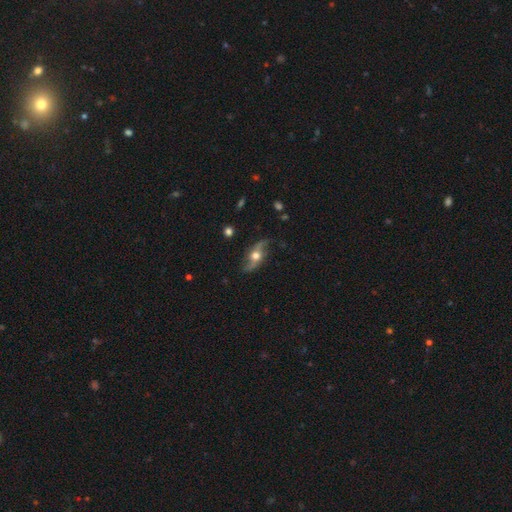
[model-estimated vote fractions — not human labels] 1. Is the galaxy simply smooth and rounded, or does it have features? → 77% featured or disk, 16% smooth, 7% star or artifact.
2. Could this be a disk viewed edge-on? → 74% no, 26% yes.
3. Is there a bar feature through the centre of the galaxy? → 67% no, 21% weak, 11% strong.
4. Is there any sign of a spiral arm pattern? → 87% yes, 13% no.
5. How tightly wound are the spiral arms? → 87% loose, 10% medium, 4% tight.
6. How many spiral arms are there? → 93% 2, 2% can't tell, 2% 1, 1% 3, 1% 4, 1% more than 4.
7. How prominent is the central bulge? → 68% moderate, 20% large, 8% small, 2% dominant, 1% none.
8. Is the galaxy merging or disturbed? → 78% none, 16% minor disturbance, 5% major disturbance, 2% merger.